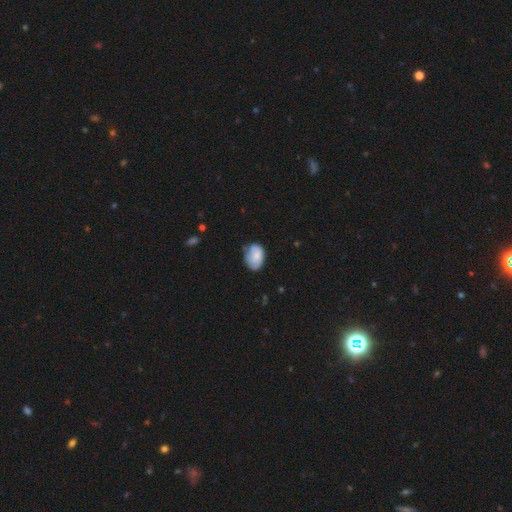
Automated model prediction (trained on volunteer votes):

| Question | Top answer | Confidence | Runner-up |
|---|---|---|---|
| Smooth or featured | smooth | 77% | featured or disk (16%) |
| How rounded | in between | 82% | round (17%) |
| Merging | none | 54% | minor disturbance (34%) |